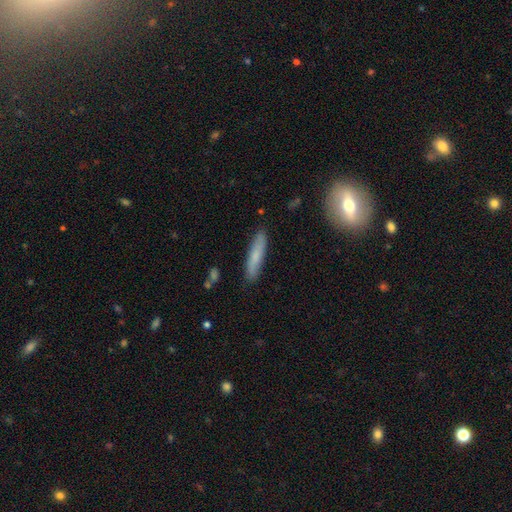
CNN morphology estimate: Smooth or featured? smooth (70%)
How rounded? cigar-shaped (87%)
Merging? none (87%)